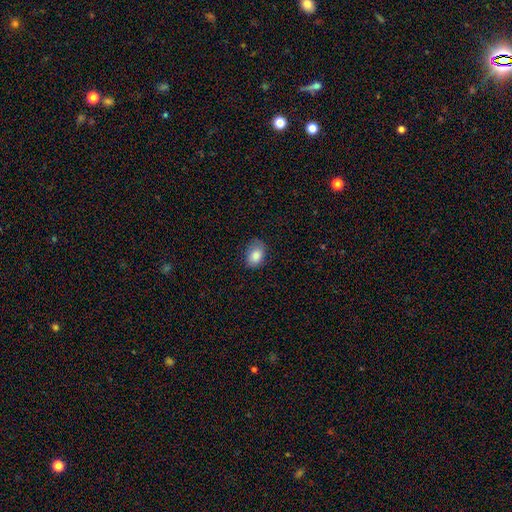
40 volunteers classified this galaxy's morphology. Overall: smooth (90%). How rounded: in between (81%). Merging: none (63%; minor disturbance 32%).